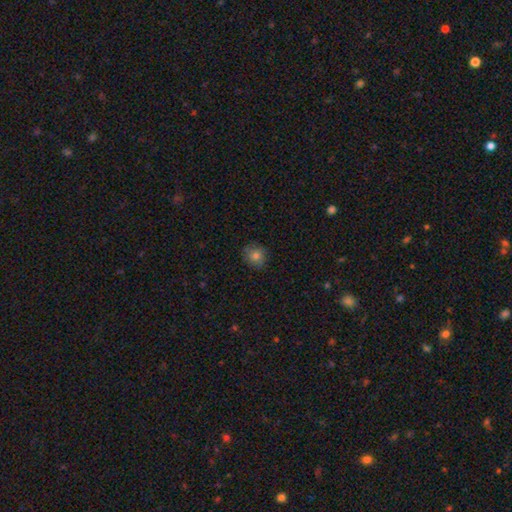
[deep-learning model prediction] This is likely a smooth galaxy (80%). How rounded: clearly round (85%). Merging: clearly none (84%).